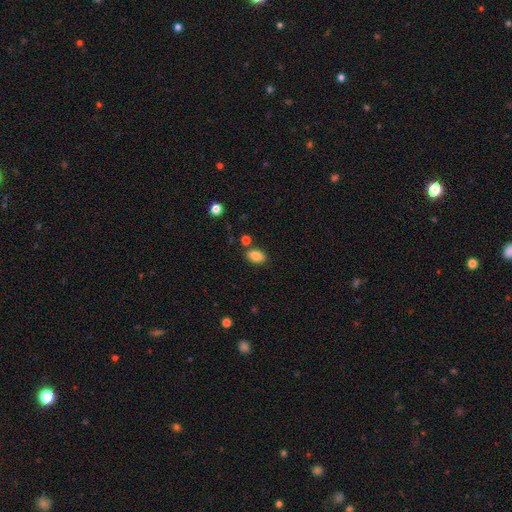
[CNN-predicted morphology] Smooth or featured?
  - smooth: 86% *
  - star or artifact: 9%
  - featured or disk: 5%
How rounded?
  - in between: 86% *
  - round: 12%
  - cigar-shaped: 2%
Merging?
  - none: 80% *
  - minor disturbance: 11%
  - merger: 6%
  - major disturbance: 3%